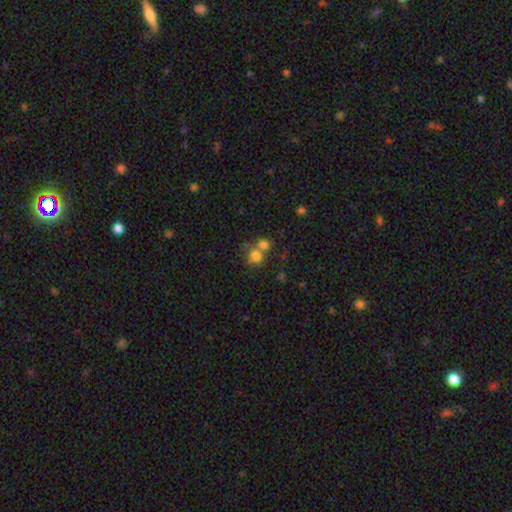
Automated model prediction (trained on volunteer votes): Smooth or featured: smooth — 76% (star or artifact — 14%)
How rounded: round — 81% (in between — 18%)
Merging: none — 45% (merger — 43%)